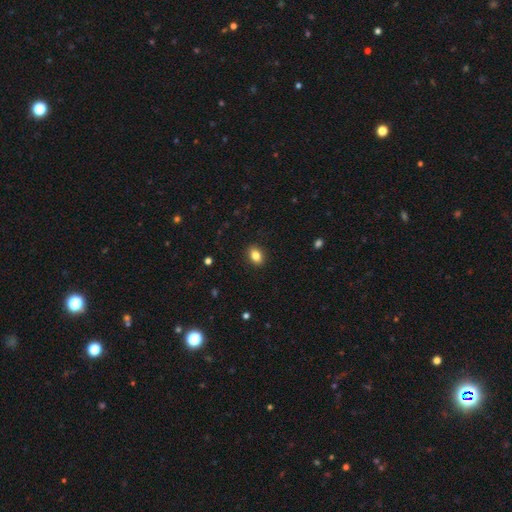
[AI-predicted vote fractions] smooth 84%, star or artifact 9%, featured or disk 6%. Down the decision tree: how rounded — in between (71%); merging — none (90%).